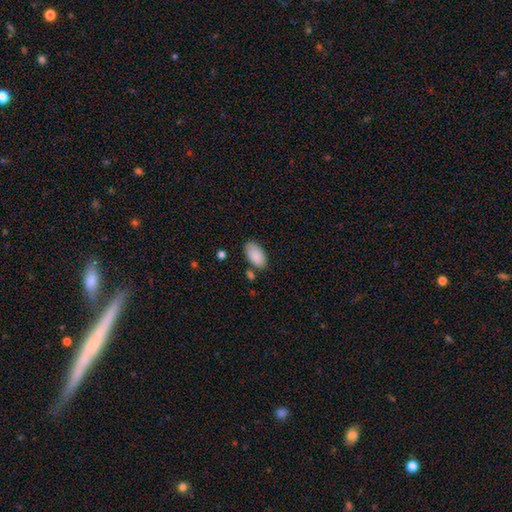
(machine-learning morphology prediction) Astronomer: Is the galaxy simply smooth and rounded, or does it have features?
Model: smooth — 88%.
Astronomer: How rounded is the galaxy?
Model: in between — 95%.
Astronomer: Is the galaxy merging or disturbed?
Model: none — 75%.